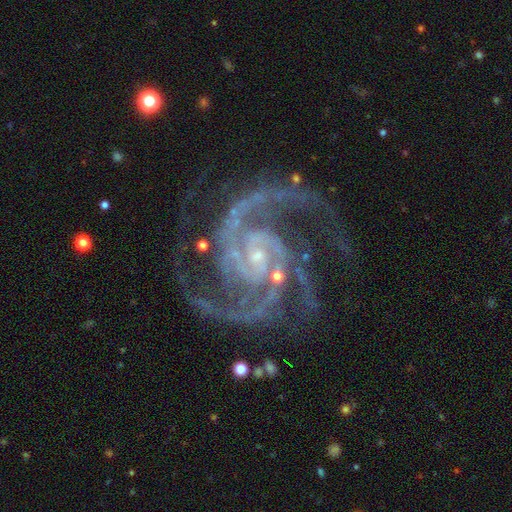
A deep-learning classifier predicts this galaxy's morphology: A featured or disk galaxy (94%) with no bar (56%), 2 (51%) medium (50%) spiral arms (99%) and a small central bulge (81%). Merging: none (75%).